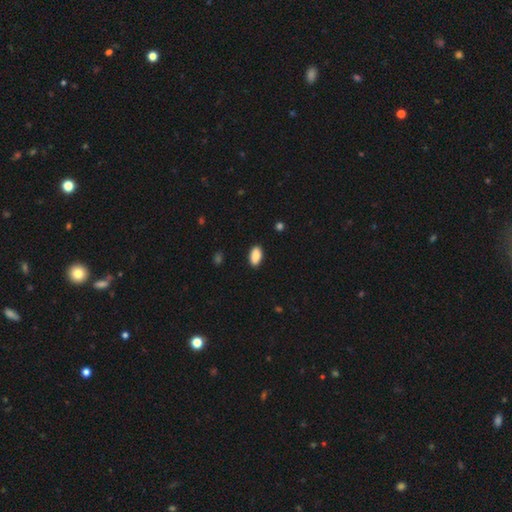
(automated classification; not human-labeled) A smooth galaxy with no disk features (88%) that is in between round and cigar-shaped (93%).

Vote fractions:
- Smooth or featured? smooth: 88% / star or artifact: 7% / featured or disk: 5%
- How rounded? in between: 93% / cigar-shaped: 3% / round: 3%
- Merging? none: 88% / minor disturbance: 9% / major disturbance: 2% / merger: 1%